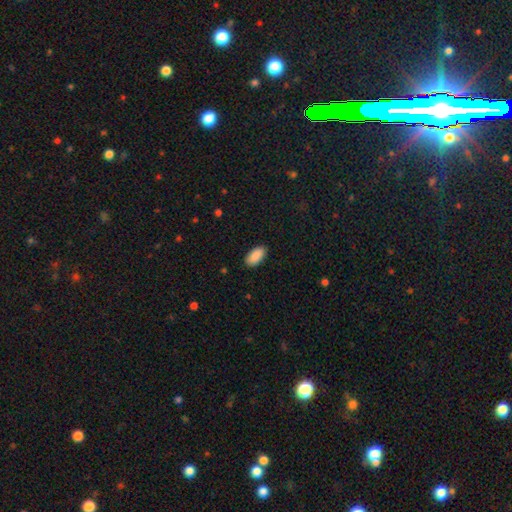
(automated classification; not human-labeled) smooth 91%, star or artifact 6%, featured or disk 3%. Down the decision tree: how rounded — in between (95%); merging — none (89%).